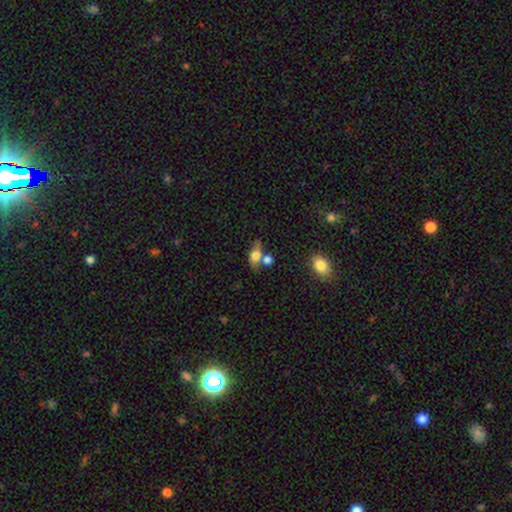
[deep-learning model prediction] Smooth or featured?
  - smooth: 66% *
  - featured or disk: 24%
  - star or artifact: 10%
How rounded?
  - in between: 73% *
  - round: 19%
  - cigar-shaped: 8%
Merging?
  - none: 46% *
  - merger: 30%
  - minor disturbance: 16%
  - major disturbance: 8%